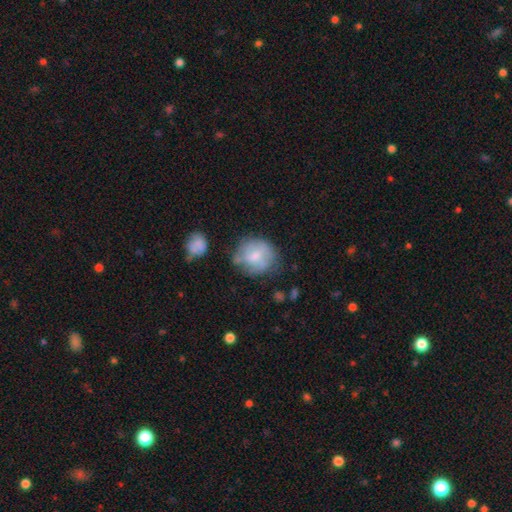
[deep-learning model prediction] Q: Smooth or featured?
A: smooth (57%); runner-up: featured or disk (36%)
Q: How rounded?
A: round (75%); runner-up: in between (24%)
Q: Merging?
A: none (54%); runner-up: minor disturbance (28%)